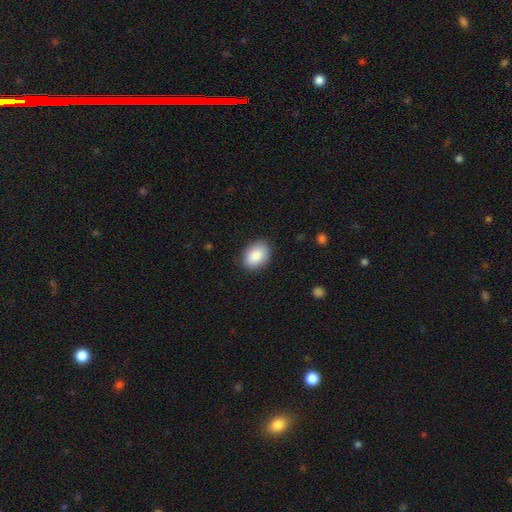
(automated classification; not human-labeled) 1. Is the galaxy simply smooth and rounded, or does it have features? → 89% smooth, 6% star or artifact, 4% featured or disk.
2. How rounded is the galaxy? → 79% in between, 20% round, 1% cigar-shaped.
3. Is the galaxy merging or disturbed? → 86% none, 11% minor disturbance, 2% major disturbance, 1% merger.